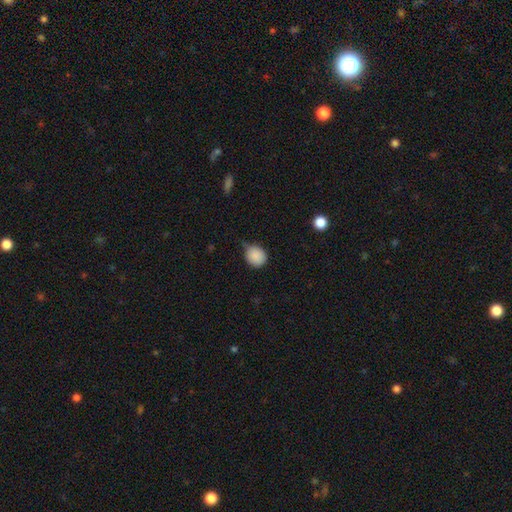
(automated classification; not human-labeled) Smooth or featured? smooth (87%)
How rounded? round (80%)
Merging? none (50%)